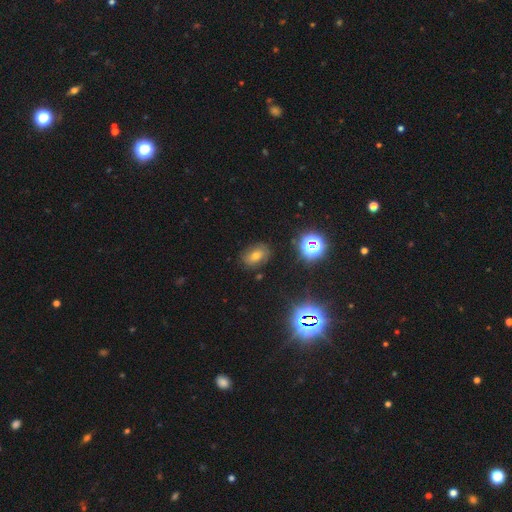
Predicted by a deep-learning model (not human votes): This appears to be a smooth galaxy with no disk features (52%) that is in between round and cigar-shaped (78%). Merging: none (82%).